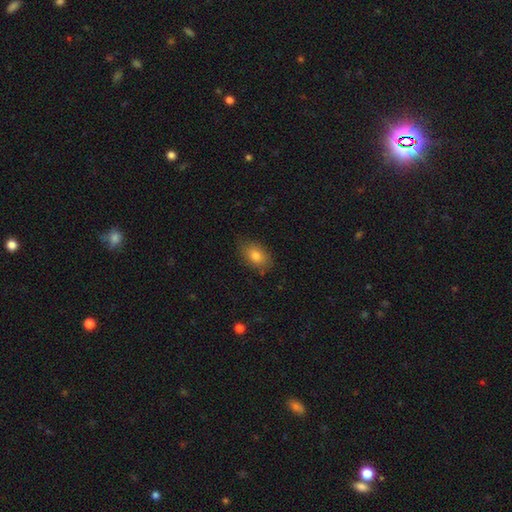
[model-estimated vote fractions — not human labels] Morphology: type=smooth (80%); roundness=in between (84%); merging=none (79%).